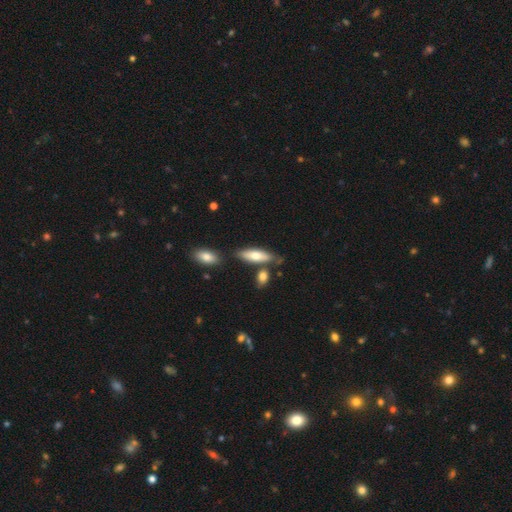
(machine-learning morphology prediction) smooth_or_featured: smooth (p=0.70) [alt: featured or disk p=0.24]
how_rounded: in between (p=0.55) [alt: cigar-shaped p=0.44]
merging: none (p=0.66) [alt: minor disturbance p=0.16]